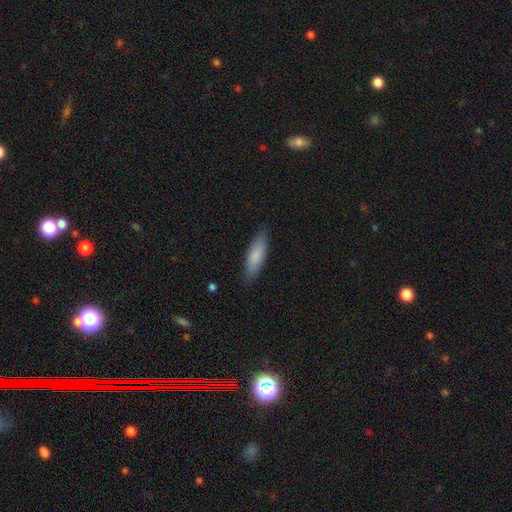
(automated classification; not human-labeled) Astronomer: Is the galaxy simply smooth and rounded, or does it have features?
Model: smooth — 83%.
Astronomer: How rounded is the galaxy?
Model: cigar-shaped — 56% (runner-up: in between, 43%).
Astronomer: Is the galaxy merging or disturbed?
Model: none — 86%.